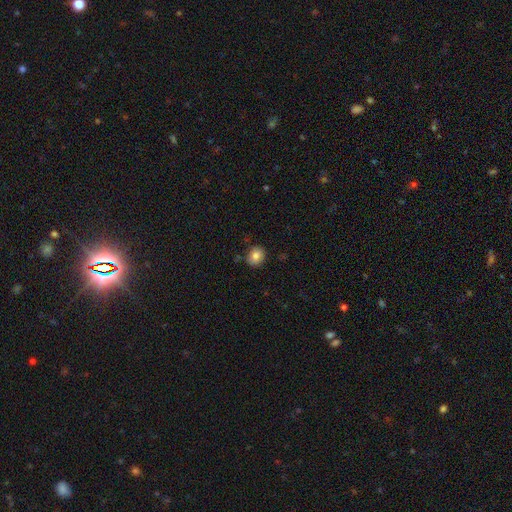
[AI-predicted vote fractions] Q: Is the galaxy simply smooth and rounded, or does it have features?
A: smooth — 83%.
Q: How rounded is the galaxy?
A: round — 70%.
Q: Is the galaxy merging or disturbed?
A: none — 83%.